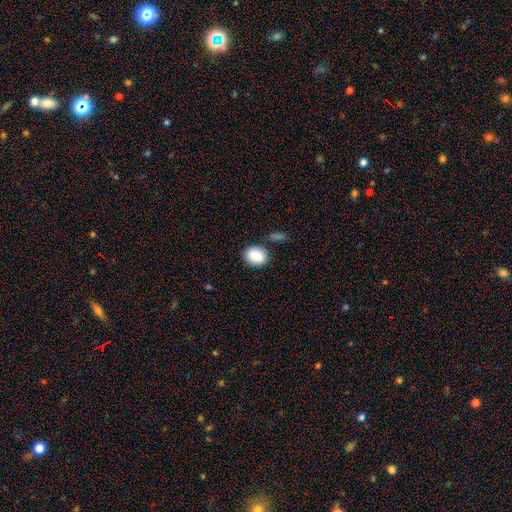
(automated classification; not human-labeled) smooth 88%, star or artifact 8%, featured or disk 4%. Down the decision tree: how rounded — in between (54%); merging — none (74%).